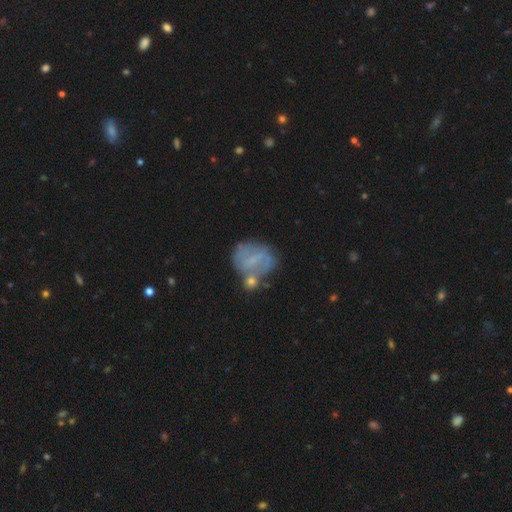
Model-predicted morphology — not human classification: Smooth or featured?
  - featured or disk: 54% *
  - smooth: 35%
  - star or artifact: 10%
Edge-on disk?
  - no: 97% *
  - yes: 3%
Bar?
  - weak: 46% *
  - no: 35%
  - strong: 19%
Spiral arms?
  - no: 52% *
  - yes: 48%
Bulge size?
  - none: 44% *
  - small: 42%
  - moderate: 12%
  - large: 2%
  - dominant: 1%
Merging?
  - none: 38% *
  - merger: 27%
  - minor disturbance: 21%
  - major disturbance: 14%